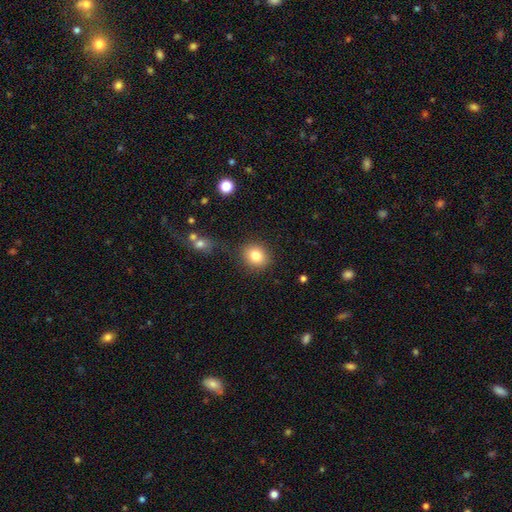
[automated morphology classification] type=smooth (82%); roundness=round (77%); merging=none (84%).